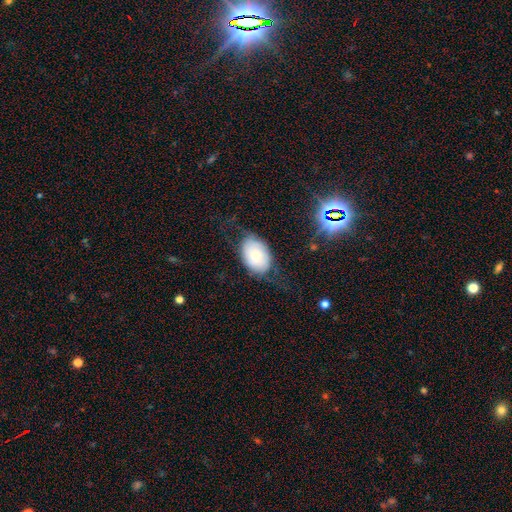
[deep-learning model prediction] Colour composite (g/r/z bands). It shows a smooth galaxy with no disk features (60%) that is in between round and cigar-shaped (83%). Merging: none (58%).